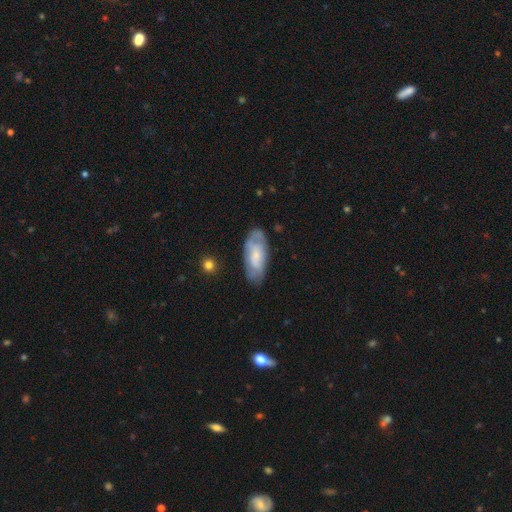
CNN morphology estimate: Q: Smooth or featured?
A: featured or disk (50%); runner-up: smooth (44%)
Q: Merging?
A: none (70%); runner-up: minor disturbance (21%)